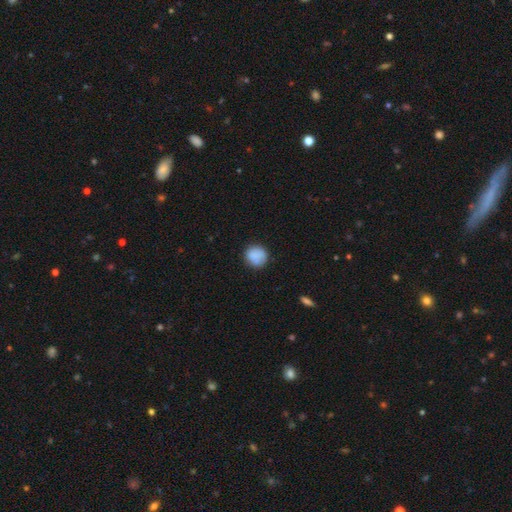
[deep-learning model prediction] smooth-or-featured: smooth: 84% | featured or disk: 9% | star or artifact: 8%
  how-rounded: round: 87% | in between: 12% | cigar-shaped: 1%
  merging: none: 75% | minor disturbance: 18% | major disturbance: 5% | merger: 3%